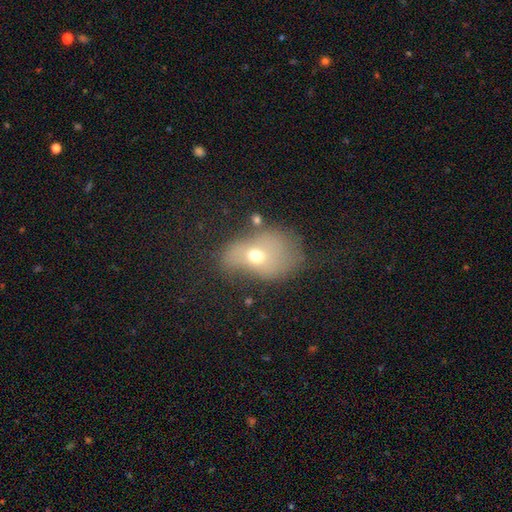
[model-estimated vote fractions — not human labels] smooth_or_featured: smooth (p=0.57) [alt: featured or disk p=0.29]
how_rounded: in between (p=0.63) [alt: round p=0.36]
merging: none (p=0.35) [alt: major disturbance p=0.30]